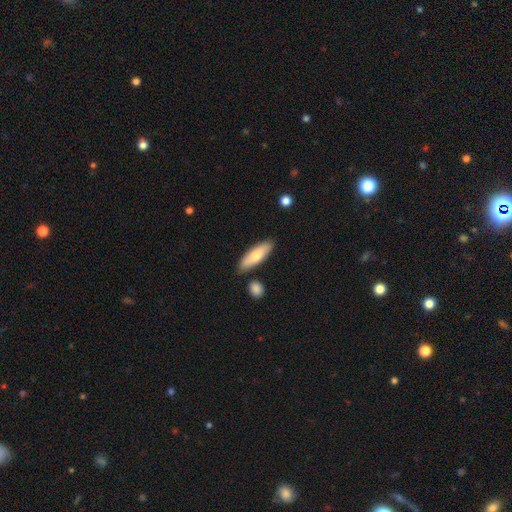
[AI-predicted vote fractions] The model was most divided on "how rounded": in between: 56%, cigar-shaped: 42%, round: 2%. More confident: merging — none (81%); smooth or featured — smooth (71%).